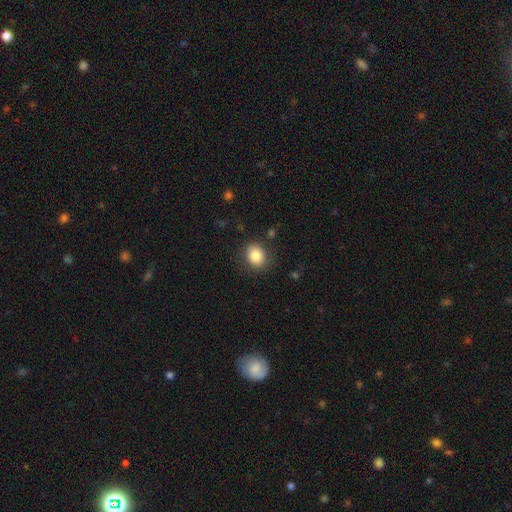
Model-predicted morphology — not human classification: This appears to be a smooth galaxy with no disk features (84%) that is round (55%). Merging: none (85%).